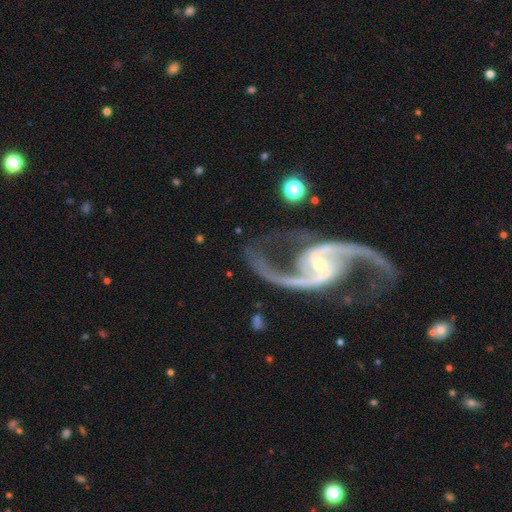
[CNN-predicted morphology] A featured or disk galaxy (93%) with a weak bar (44%), 2 (94%) loose (60%) spiral arms (98%) and a small central bulge (68%).

Vote fractions:
- Smooth or featured? featured or disk: 93% / star or artifact: 4% / smooth: 3%
- Edge-on disk? no: 98% / yes: 2%
- Bar? weak: 44% / strong: 31% / no: 24%
- Spiral arms? yes: 98% / no: 2%
- Spiral winding? loose: 60% / medium: 34% / tight: 7%
- Spiral arm count? 2: 94% / 1: 1% / can't tell: 1% / 3: 1% / 4: 1% / more than 4: 1%
- Bulge size? small: 68% / moderate: 25% / none: 4% / large: 3% / dominant: 1%
- Merging? none: 70% / minor disturbance: 14% / major disturbance: 12% / merger: 4%